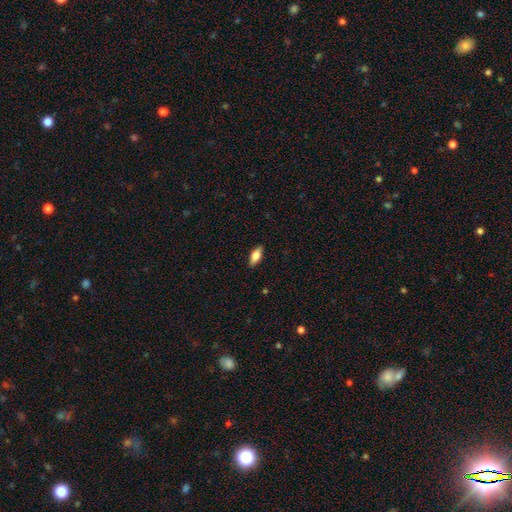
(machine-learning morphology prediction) Smooth or featured?
  - smooth: 71% *
  - featured or disk: 22%
  - star or artifact: 7%
How rounded?
  - in between: 80% *
  - cigar-shaped: 18%
  - round: 3%
Merging?
  - none: 89% *
  - minor disturbance: 9%
  - major disturbance: 2%
  - merger: 1%